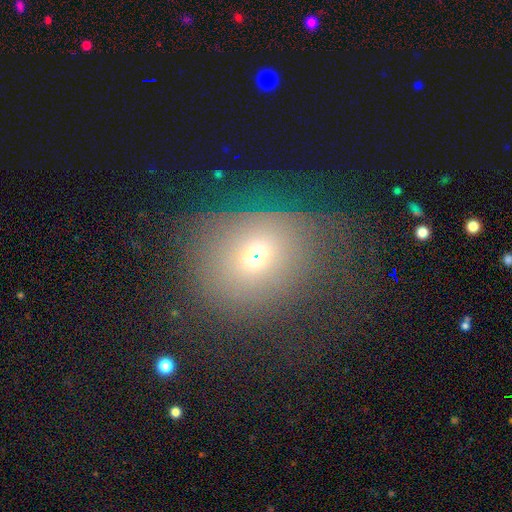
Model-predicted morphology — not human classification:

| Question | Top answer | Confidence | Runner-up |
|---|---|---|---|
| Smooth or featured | smooth | 61% | featured or disk (20%) |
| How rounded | round | 66% | in between (33%) |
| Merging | none | 47% | major disturbance (26%) |